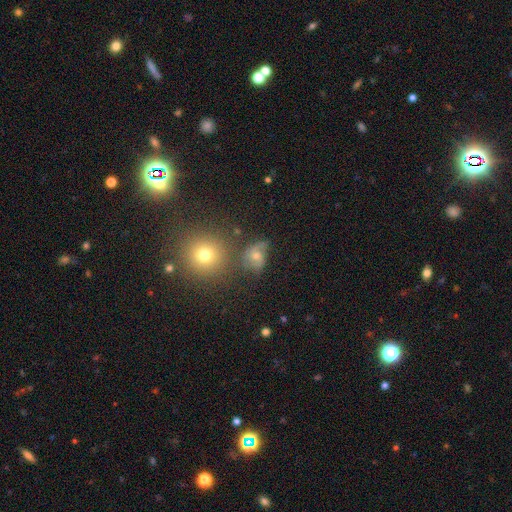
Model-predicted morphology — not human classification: This appears to be a featured or disk galaxy (50%). Merging: none (50%).